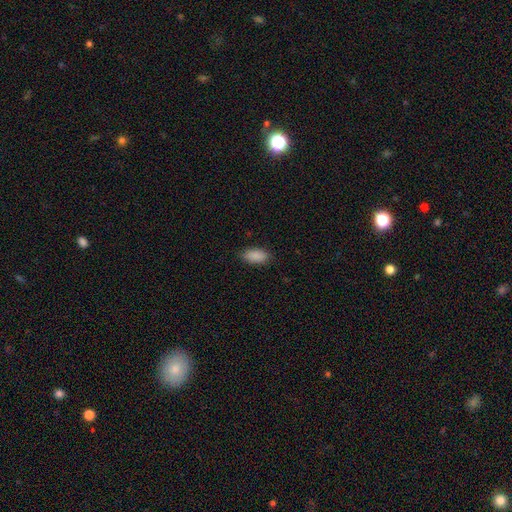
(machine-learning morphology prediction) smooth 90%, star or artifact 7%, featured or disk 3%. Down the decision tree: how rounded — in between (92%); merging — none (85%).